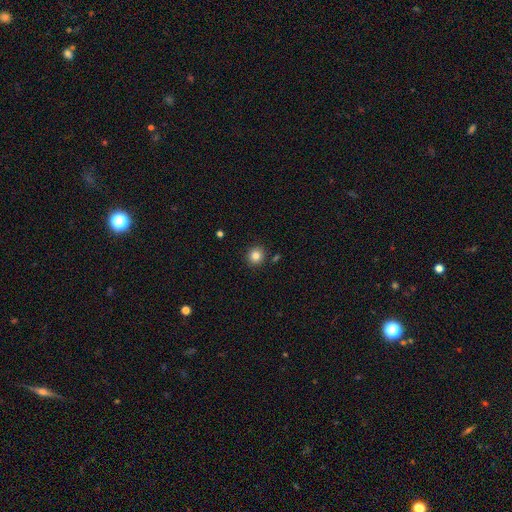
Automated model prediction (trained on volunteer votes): A smooth galaxy with no disk features (83%) that is round (90%). Merging: none (89%).